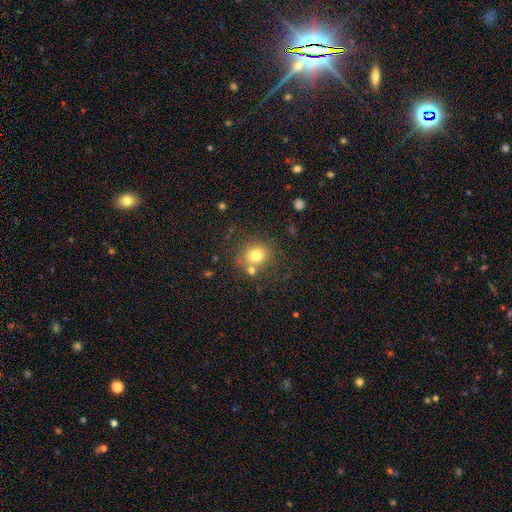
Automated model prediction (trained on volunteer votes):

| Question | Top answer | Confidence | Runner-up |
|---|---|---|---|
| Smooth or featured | smooth | 76% | star or artifact (12%) |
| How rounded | round | 77% | in between (22%) |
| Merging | none | 66% | merger (16%) |